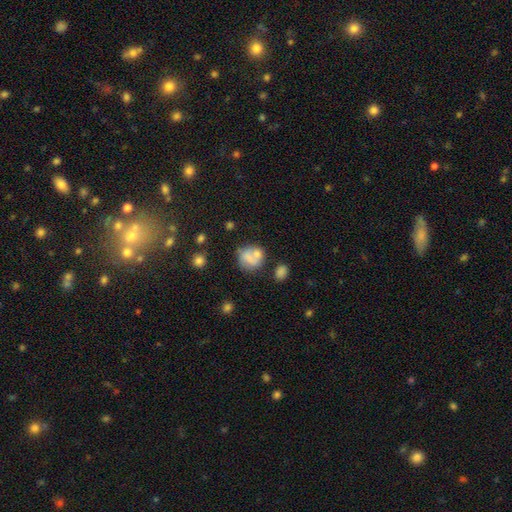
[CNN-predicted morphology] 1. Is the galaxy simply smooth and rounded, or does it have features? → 63% smooth, 23% featured or disk, 14% star or artifact.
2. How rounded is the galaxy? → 71% round, 28% in between, 1% cigar-shaped.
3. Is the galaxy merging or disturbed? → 47% none, 23% merger, 19% minor disturbance, 11% major disturbance.